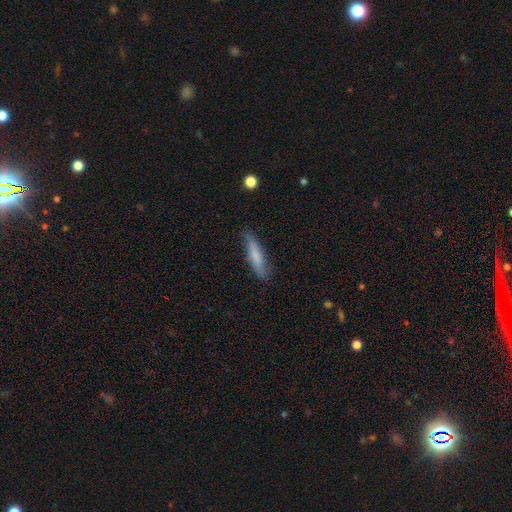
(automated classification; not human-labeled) Smooth or featured? Predicted: smooth (p=0.72). How rounded? Predicted: cigar-shaped (p=0.81). Merging? Predicted: none (p=0.77).